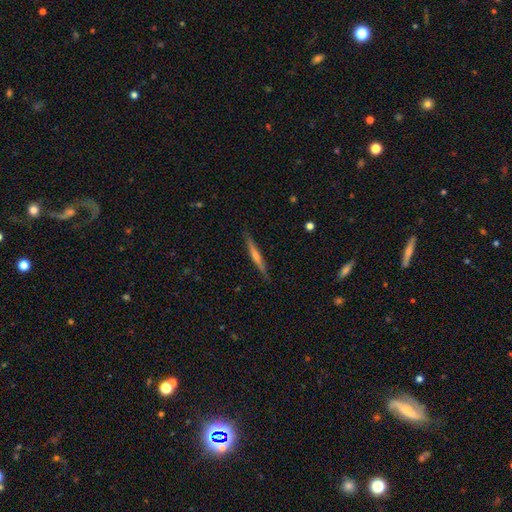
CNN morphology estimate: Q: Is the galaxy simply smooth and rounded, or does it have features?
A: featured or disk — 62%.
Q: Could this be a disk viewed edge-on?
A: yes — 97%.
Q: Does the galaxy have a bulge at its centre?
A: rounded — 57%.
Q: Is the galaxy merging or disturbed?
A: none — 89%.